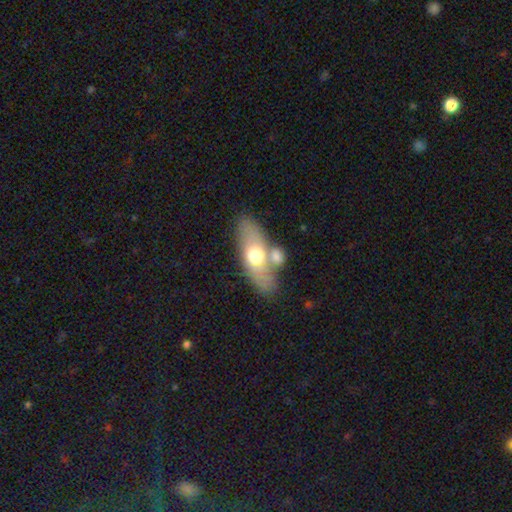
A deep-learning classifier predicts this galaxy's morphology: Smooth or featured: smooth — 57% (featured or disk — 37%)
How rounded: in between — 72% (cigar-shaped — 22%)
Merging: none — 47% (merger — 33%)